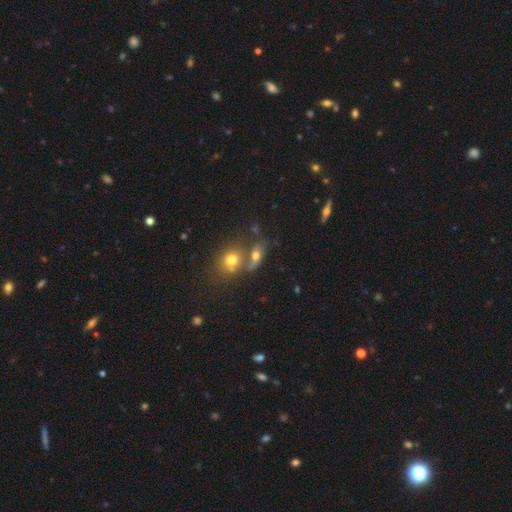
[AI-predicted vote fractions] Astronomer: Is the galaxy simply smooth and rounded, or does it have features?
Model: smooth — 65%.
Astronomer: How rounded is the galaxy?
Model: in between — 69%.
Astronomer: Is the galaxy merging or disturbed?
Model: merger — 45% (runner-up: none, 38%).